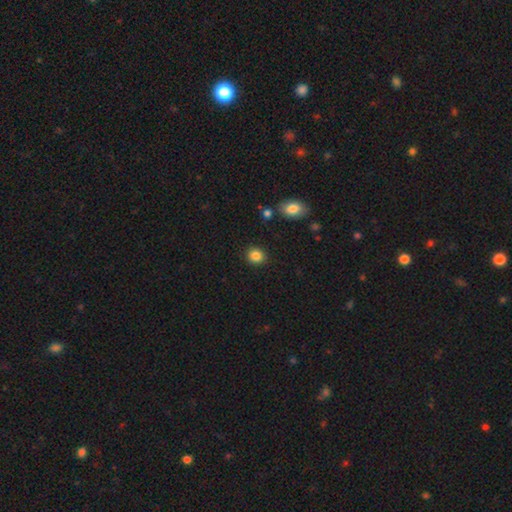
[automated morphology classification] smooth 86%, star or artifact 10%, featured or disk 4%. Down the decision tree: how rounded — round (83%); merging — none (89%).